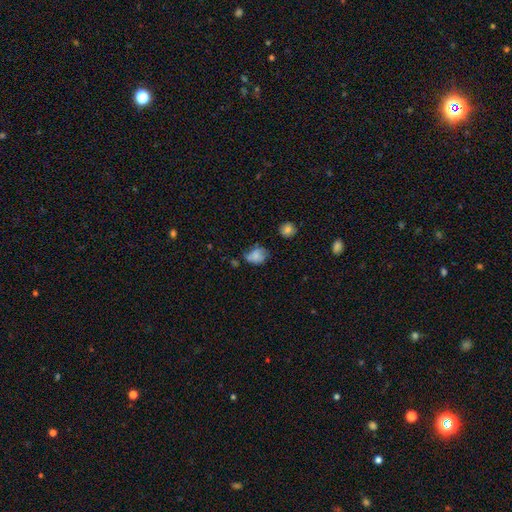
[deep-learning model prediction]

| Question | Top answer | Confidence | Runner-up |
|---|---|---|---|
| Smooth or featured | smooth | 72% | featured or disk (17%) |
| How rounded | in between | 56% | round (43%) |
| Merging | none | 43% | minor disturbance (34%) |